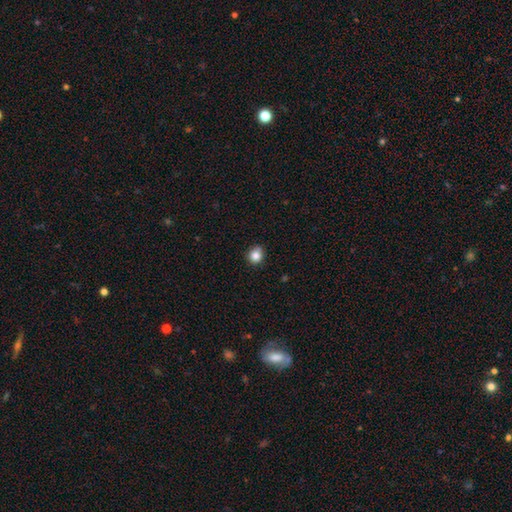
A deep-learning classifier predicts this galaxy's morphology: smooth_or_featured: smooth (p=0.83) [alt: star or artifact p=0.11]
how_rounded: round (p=0.86) [alt: in between p=0.14]
merging: none (p=0.80) [alt: minor disturbance p=0.14]